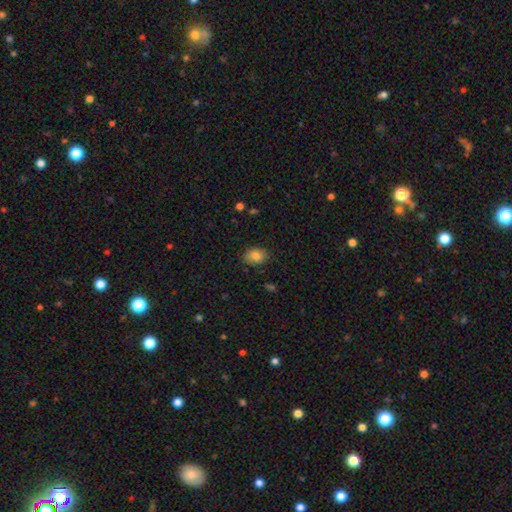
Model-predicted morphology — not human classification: A smooth galaxy with no disk features (82%) that is in between round and cigar-shaped (72%).

Vote fractions:
- Smooth or featured? smooth: 82% / star or artifact: 9% / featured or disk: 9%
- How rounded? in between: 72% / round: 27% / cigar-shaped: 1%
- Merging? none: 83% / minor disturbance: 14% / major disturbance: 3% / merger: 1%